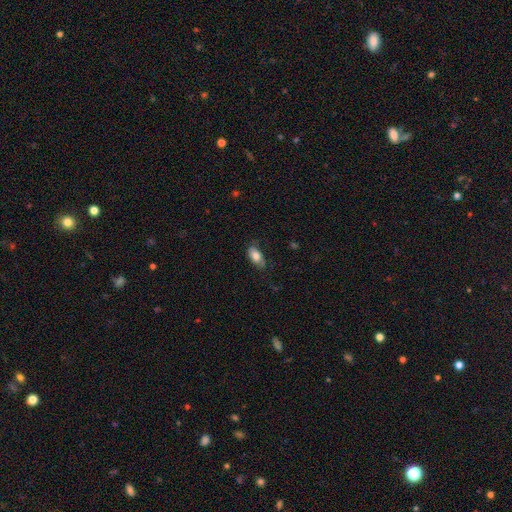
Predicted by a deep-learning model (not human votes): Q: Smooth or featured?
A: smooth (79%); runner-up: featured or disk (14%)
Q: How rounded?
A: in between (90%); runner-up: cigar-shaped (6%)
Q: Merging?
A: none (69%); runner-up: minor disturbance (23%)